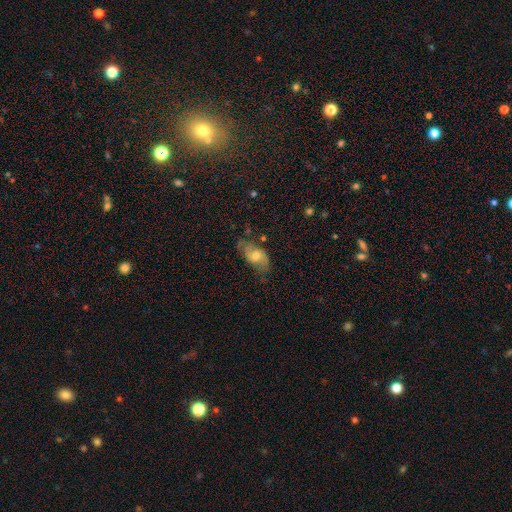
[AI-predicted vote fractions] smooth 48%, featured or disk 44%, star or artifact 8%. Down the decision tree: merging — none (59%).